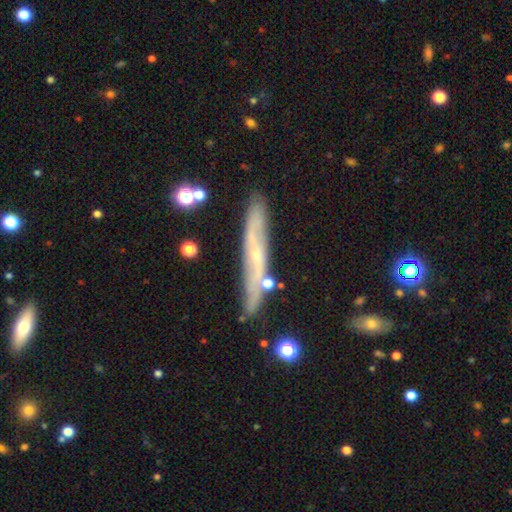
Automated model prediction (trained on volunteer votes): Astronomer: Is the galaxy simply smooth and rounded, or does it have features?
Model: featured or disk — 65%.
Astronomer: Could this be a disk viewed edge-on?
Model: yes — 78%.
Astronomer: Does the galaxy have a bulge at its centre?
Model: none — 52% (runner-up: rounded, 45%).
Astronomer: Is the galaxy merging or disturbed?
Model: none — 80%.